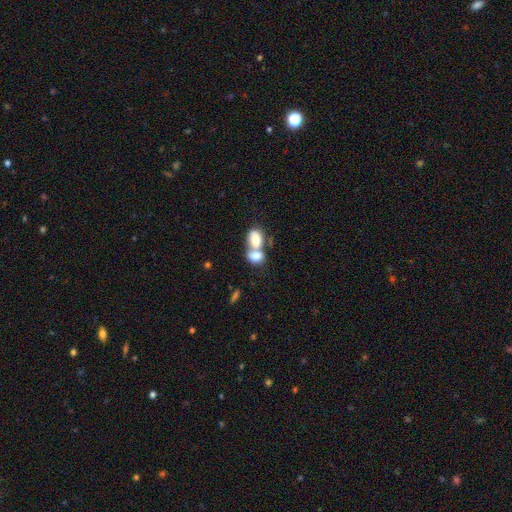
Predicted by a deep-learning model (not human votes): smooth_or_featured: smooth (p=0.76) [alt: featured or disk p=0.16]
how_rounded: in between (p=0.78) [alt: round p=0.21]
merging: merger (p=0.77) [alt: none p=0.14]